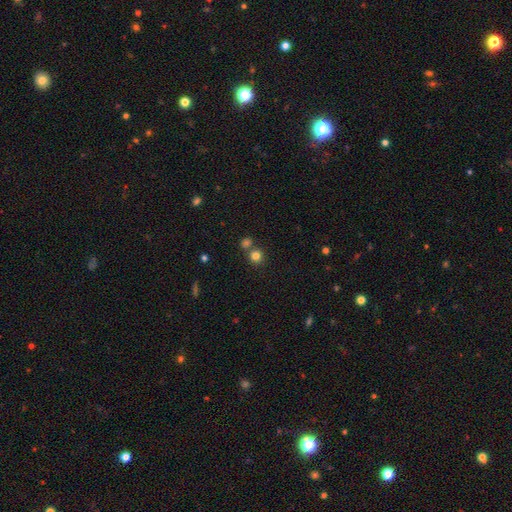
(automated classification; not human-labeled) Smooth or featured?
  - smooth: 79% *
  - star or artifact: 14%
  - featured or disk: 6%
How rounded?
  - round: 90% *
  - in between: 9%
  - cigar-shaped: 1%
Merging?
  - none: 68% *
  - merger: 22%
  - minor disturbance: 7%
  - major disturbance: 3%